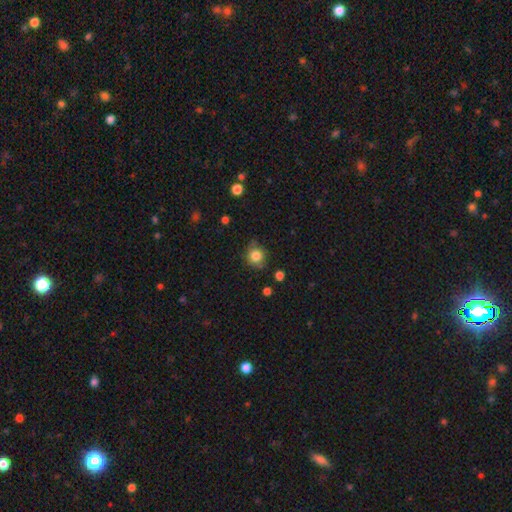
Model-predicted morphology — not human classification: The model was most divided on "merging": none: 75%, minor disturbance: 18%, major disturbance: 4%, merger: 3%. More confident: how rounded — round (87%); smooth or featured — smooth (82%).